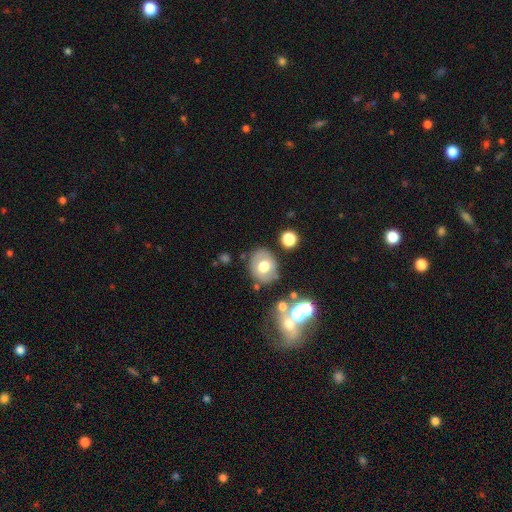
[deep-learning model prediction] smooth-or-featured: smooth: 41% | featured or disk: 35% | star or artifact: 23%
  merging: none: 69% | minor disturbance: 14% | merger: 10% | major disturbance: 7%